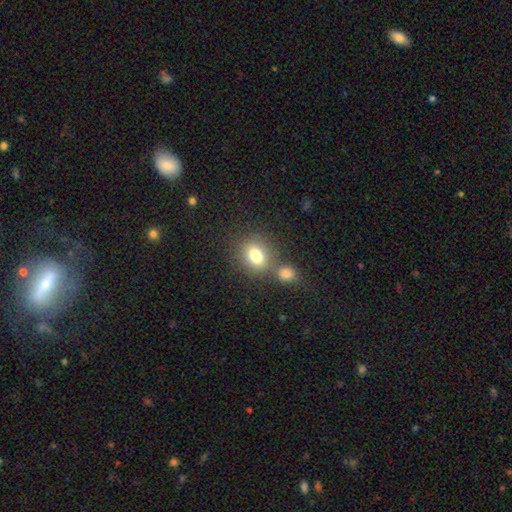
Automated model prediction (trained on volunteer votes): A smooth galaxy with no disk features (79%) that is in between round and cigar-shaped (50%).

Vote fractions:
- Smooth or featured? smooth: 79% / star or artifact: 11% / featured or disk: 10%
- How rounded? in between: 50% / round: 49% / cigar-shaped: 1%
- Merging? none: 55% / merger: 31% / minor disturbance: 10% / major disturbance: 4%